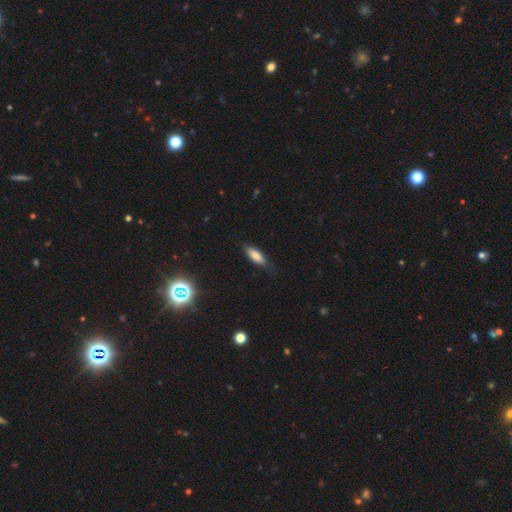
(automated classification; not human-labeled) A smooth galaxy with no disk features (77%) that is in between round and cigar-shaped (62%). Merging: none (77%).